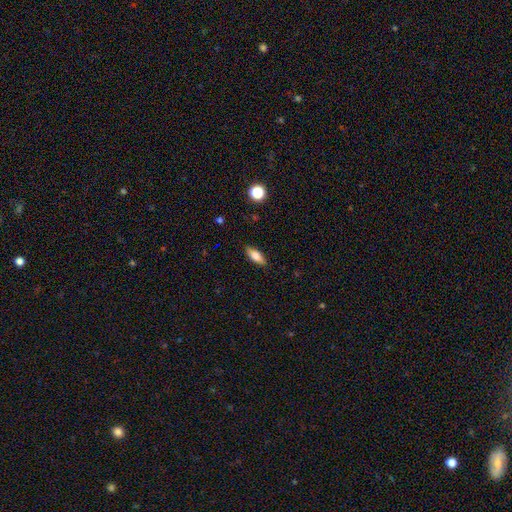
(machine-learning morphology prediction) smooth-or-featured: smooth: 75% | featured or disk: 18% | star or artifact: 7%
  how-rounded: in between: 73% | cigar-shaped: 24% | round: 3%
  merging: none: 87% | minor disturbance: 10% | major disturbance: 2% | merger: 1%